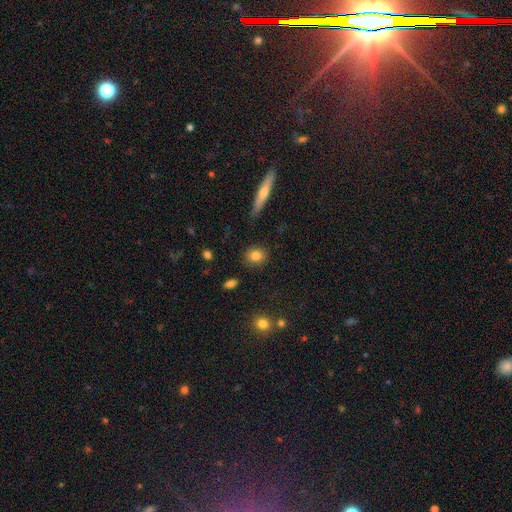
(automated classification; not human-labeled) This appears to be a smooth galaxy with no disk features (82%) that is round (64%). Merging: none (86%).